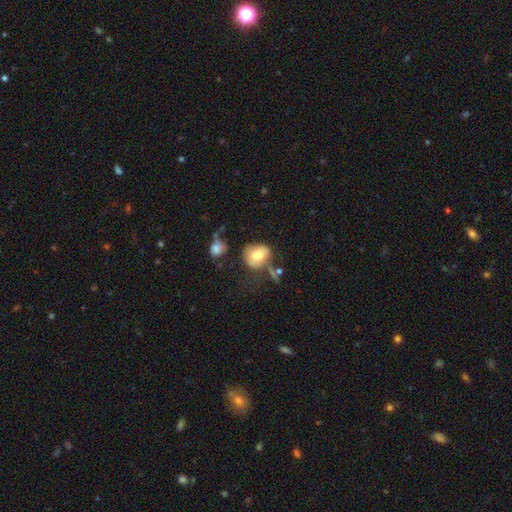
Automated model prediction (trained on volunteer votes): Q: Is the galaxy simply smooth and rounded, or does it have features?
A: smooth — 65%.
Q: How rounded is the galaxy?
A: round — 52%.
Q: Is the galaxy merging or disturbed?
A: none — 37%.